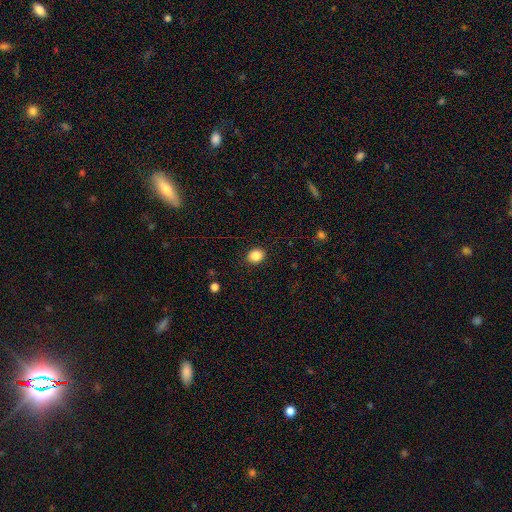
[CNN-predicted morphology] Q: Smooth or featured?
A: smooth (86%); runner-up: star or artifact (10%)
Q: How rounded?
A: round (60%); runner-up: in between (39%)
Q: Merging?
A: none (90%); runner-up: minor disturbance (7%)